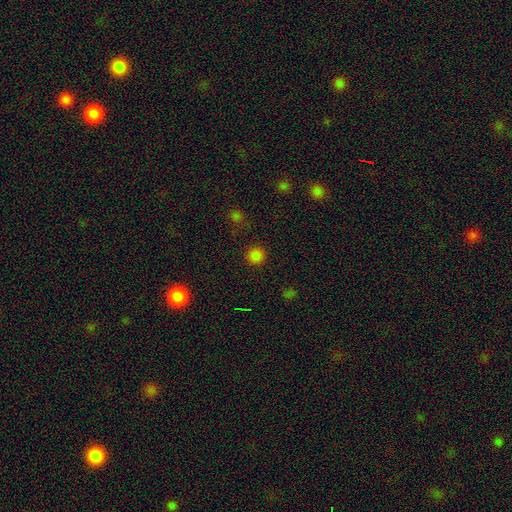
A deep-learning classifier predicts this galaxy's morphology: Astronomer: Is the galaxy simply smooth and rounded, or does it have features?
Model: smooth — 81%.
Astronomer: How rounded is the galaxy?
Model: round — 95%.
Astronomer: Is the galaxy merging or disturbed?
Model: none — 90%.